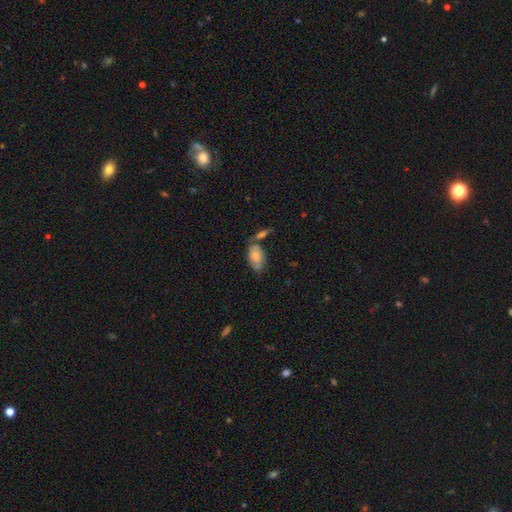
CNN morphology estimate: Overall: smooth (61%; featured or disk 32%). How rounded: in between (92%). Merging: none (47%; merger 24%).